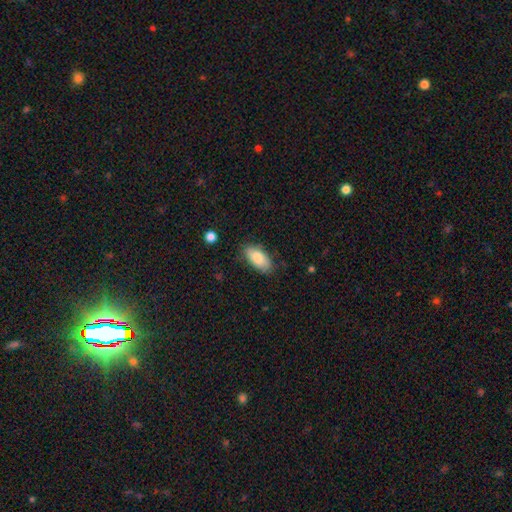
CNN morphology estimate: The model was most divided on "merging": none: 80%, minor disturbance: 16%, major disturbance: 3%, merger: 1%. More confident: how rounded — in between (91%); smooth or featured — smooth (83%).